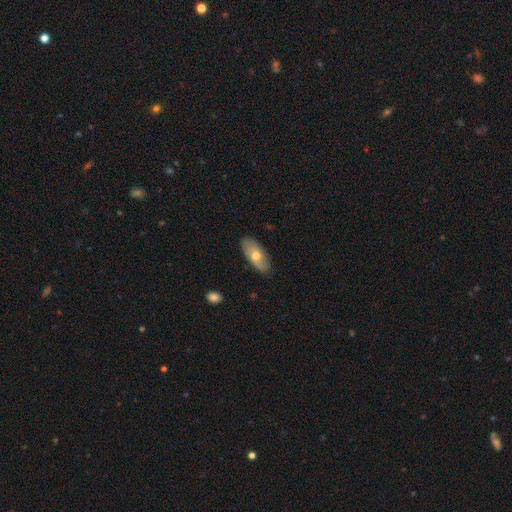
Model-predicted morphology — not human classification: smooth_or_featured: smooth (p=0.61) [alt: featured or disk p=0.33]
how_rounded: in between (p=0.88) [alt: cigar-shaped p=0.09]
merging: none (p=0.83) [alt: minor disturbance p=0.13]